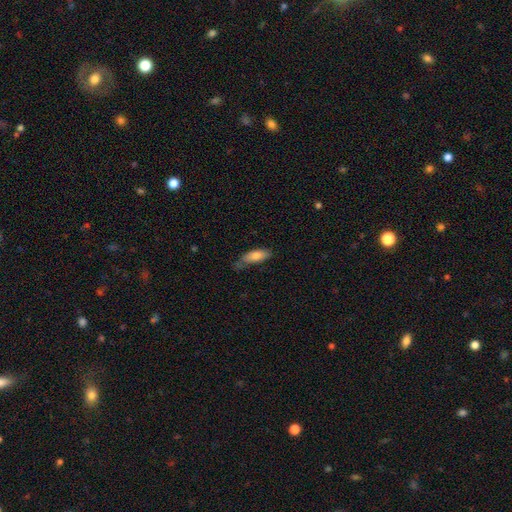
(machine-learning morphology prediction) A smooth galaxy with no disk features (79%) that is in between round and cigar-shaped (63%).

Vote fractions:
- Smooth or featured? smooth: 79% / featured or disk: 14% / star or artifact: 7%
- How rounded? in between: 63% / cigar-shaped: 35% / round: 2%
- Merging? none: 45% / minor disturbance: 39% / major disturbance: 13% / merger: 3%